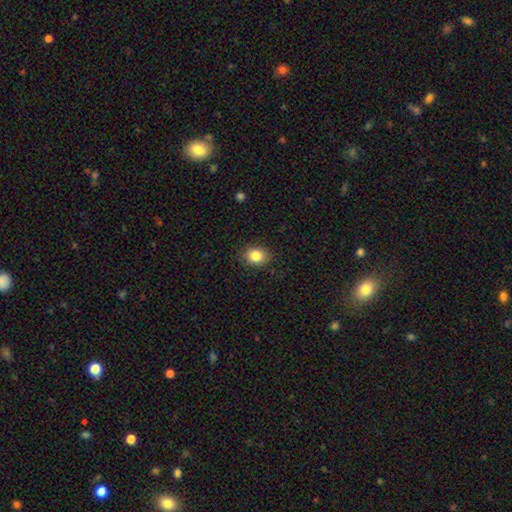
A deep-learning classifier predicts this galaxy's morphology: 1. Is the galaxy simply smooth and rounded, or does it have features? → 84% smooth, 10% star or artifact, 6% featured or disk.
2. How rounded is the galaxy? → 50% round, 49% in between, 1% cigar-shaped.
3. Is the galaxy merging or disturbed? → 88% none, 9% minor disturbance, 2% major disturbance, 1% merger.